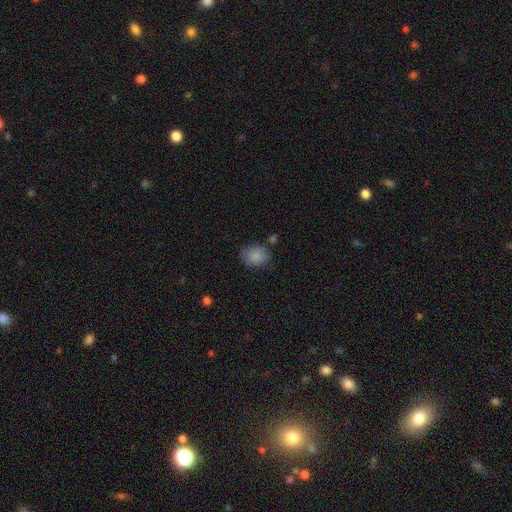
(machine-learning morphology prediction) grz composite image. It shows a smooth galaxy with no disk features (87%) that is round (57%). Merging: none (79%).